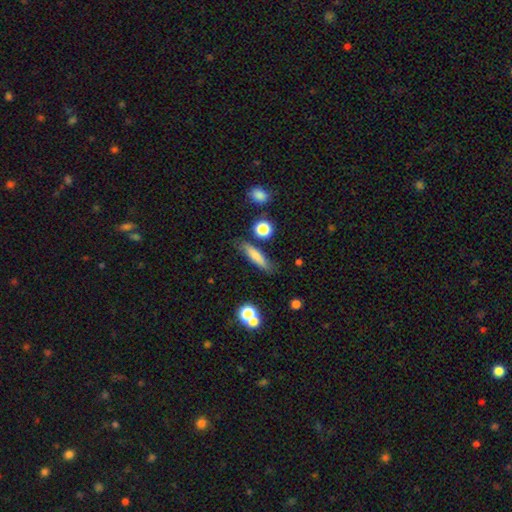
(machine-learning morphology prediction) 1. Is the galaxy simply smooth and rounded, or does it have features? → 73% smooth, 18% featured or disk, 9% star or artifact.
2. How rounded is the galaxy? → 77% cigar-shaped, 19% in between, 4% round.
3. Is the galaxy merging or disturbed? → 76% none, 15% minor disturbance, 5% merger, 4% major disturbance.